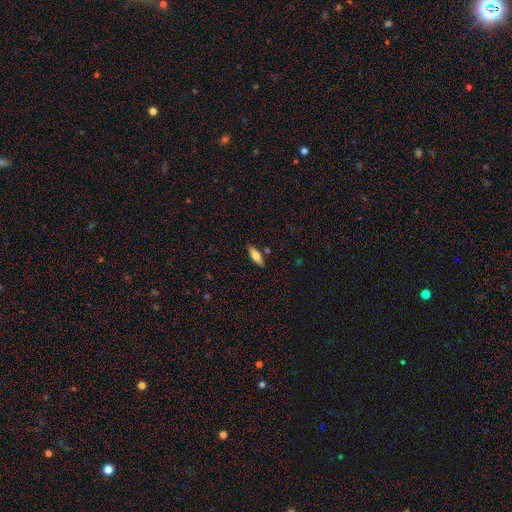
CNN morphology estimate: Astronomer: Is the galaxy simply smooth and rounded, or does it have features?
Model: smooth — 73%.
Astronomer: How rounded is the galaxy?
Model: in between — 60% (runner-up: cigar-shaped, 38%).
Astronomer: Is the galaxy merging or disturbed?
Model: none — 81%.